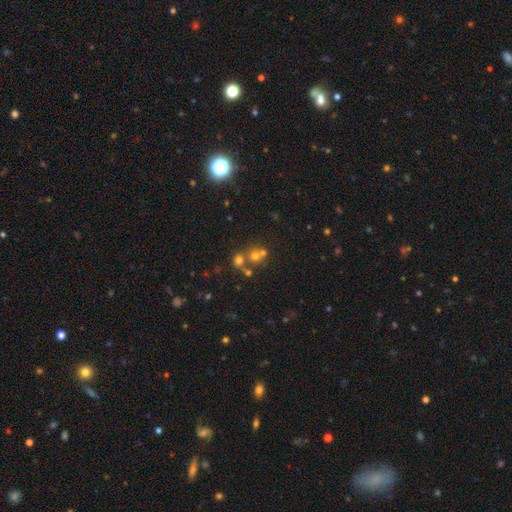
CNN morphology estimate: This is possibly a smooth galaxy (49%). Merging: possibly none (51%).